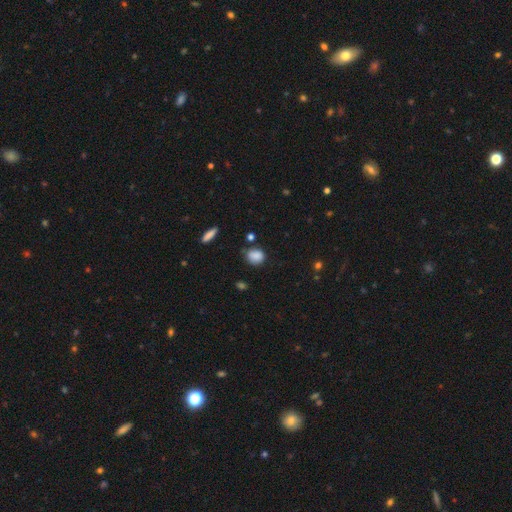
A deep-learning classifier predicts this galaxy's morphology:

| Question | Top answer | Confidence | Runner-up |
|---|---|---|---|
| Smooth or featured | smooth | 85% | star or artifact (10%) |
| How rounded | round | 62% | in between (37%) |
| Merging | none | 70% | minor disturbance (22%) |